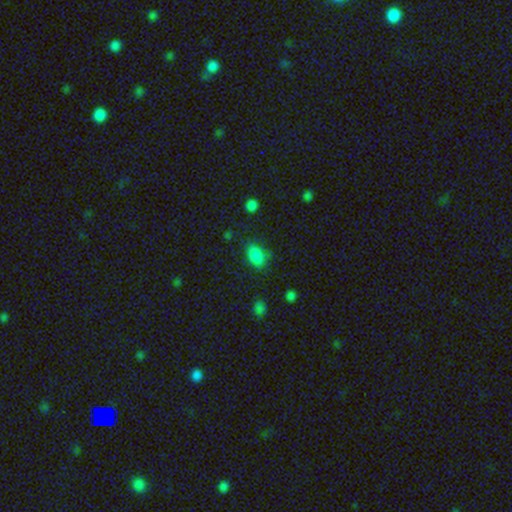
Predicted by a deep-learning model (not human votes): smooth-or-featured: smooth: 84% | star or artifact: 12% | featured or disk: 4%
  how-rounded: in between: 83% | round: 15% | cigar-shaped: 2%
  merging: none: 75% | minor disturbance: 18% | major disturbance: 5% | merger: 2%